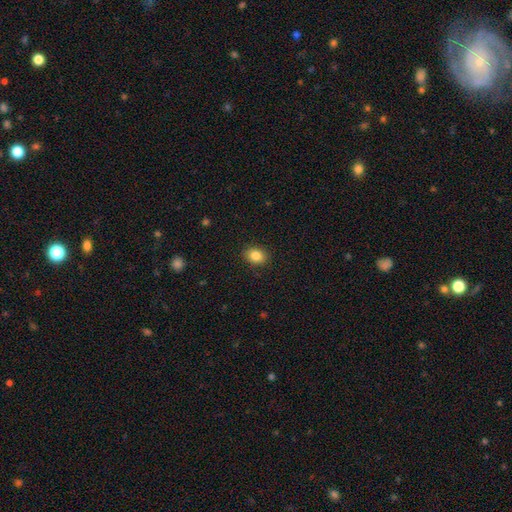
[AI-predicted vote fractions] A smooth galaxy with no disk features (85%) that is in between round and cigar-shaped (60%).

Vote fractions:
- Smooth or featured? smooth: 85% / star or artifact: 9% / featured or disk: 5%
- How rounded? in between: 60% / round: 39% / cigar-shaped: 1%
- Merging? none: 89% / minor disturbance: 8% / major disturbance: 2% / merger: 1%